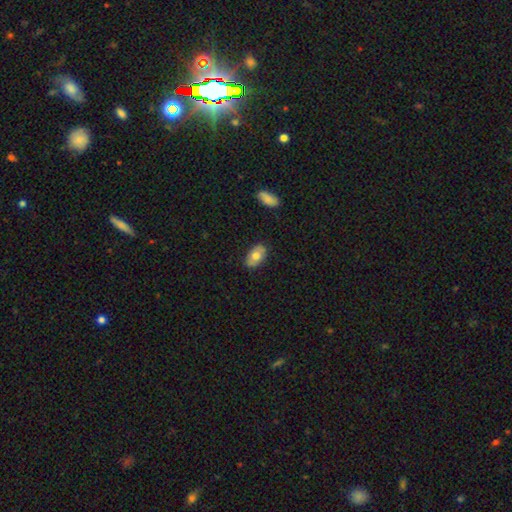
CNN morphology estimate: Smooth or featured? Predicted: smooth (p=0.71). How rounded? Predicted: in between (p=0.92). Merging? Predicted: none (p=0.84).